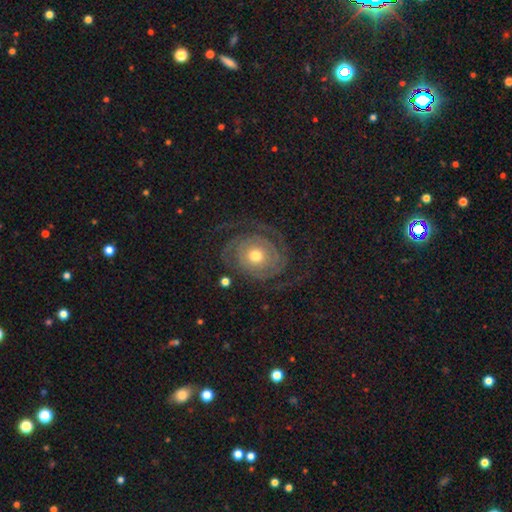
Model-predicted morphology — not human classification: Q: Smooth or featured?
A: featured or disk (85%); runner-up: smooth (10%)
Q: Edge-on disk?
A: no (97%); runner-up: yes (3%)
Q: Bar?
A: no (81%); runner-up: weak (14%)
Q: Spiral arms?
A: yes (92%); runner-up: no (8%)
Q: Spiral winding?
A: tight (63%); runner-up: medium (25%)
Q: Spiral arm count?
A: 2 (44%); runner-up: can't tell (22%)
Q: Bulge size?
A: moderate (67%); runner-up: small (25%)
Q: Merging?
A: none (68%); runner-up: major disturbance (16%)